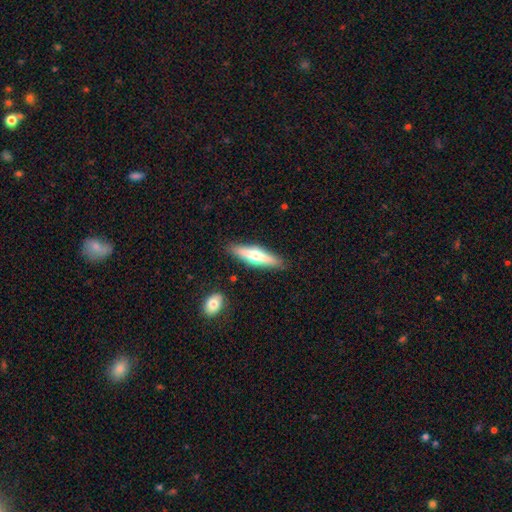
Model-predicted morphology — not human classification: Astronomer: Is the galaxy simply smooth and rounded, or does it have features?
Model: featured or disk — 48% (runner-up: smooth, 47%).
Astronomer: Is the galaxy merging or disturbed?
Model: none — 87%.